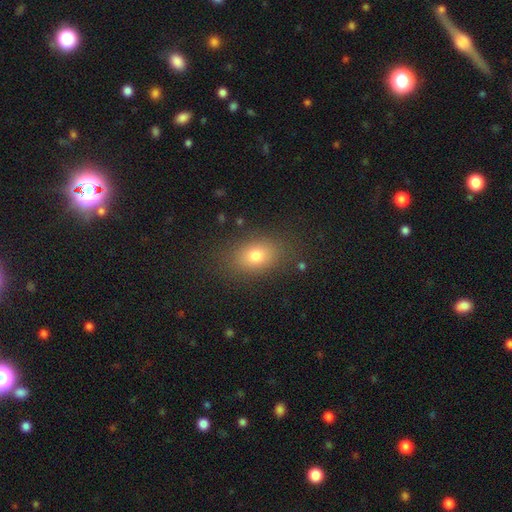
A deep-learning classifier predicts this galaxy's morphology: A smooth galaxy with no disk features (78%) that is in between round and cigar-shaped (77%). Merging: none (83%).